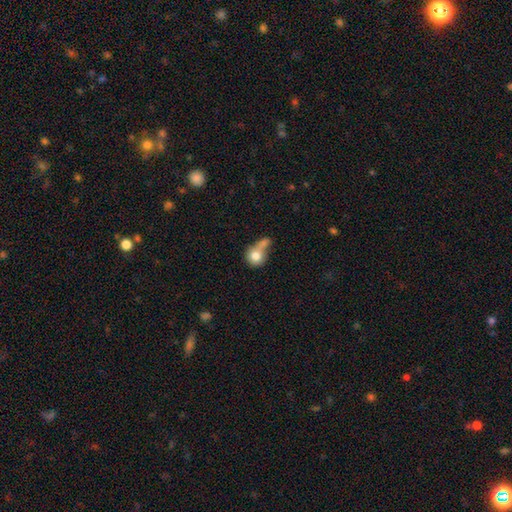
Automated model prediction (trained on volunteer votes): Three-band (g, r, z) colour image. It shows a smooth galaxy with no disk features (77%) that is round (78%). Merging: merger (52%).